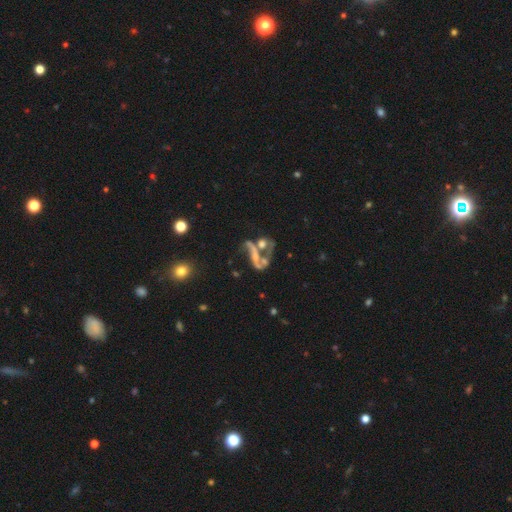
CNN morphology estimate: This is likely a featured or disk galaxy (62%). It is clearly not viewed edge-on (93%). Bar: likely no (67%). Spiral arm pattern: possibly no (56%). Central bulge: marginally none (45%). Merging: possibly merger (47%).